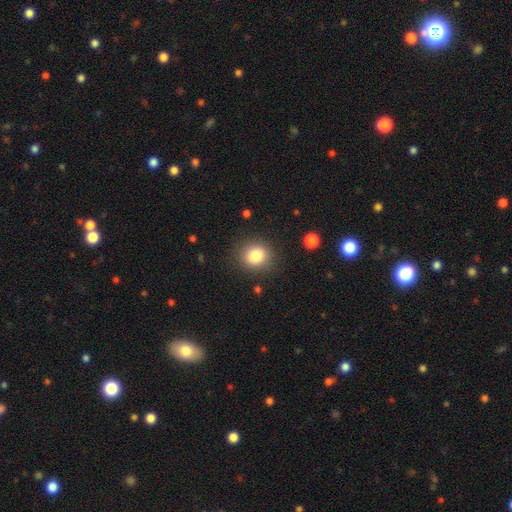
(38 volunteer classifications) Volunteers were most divided on "smooth or featured": smooth: 87%, star or artifact: 8%, featured or disk: 5%. More confident: how rounded — round (94%); merging — none (91%).